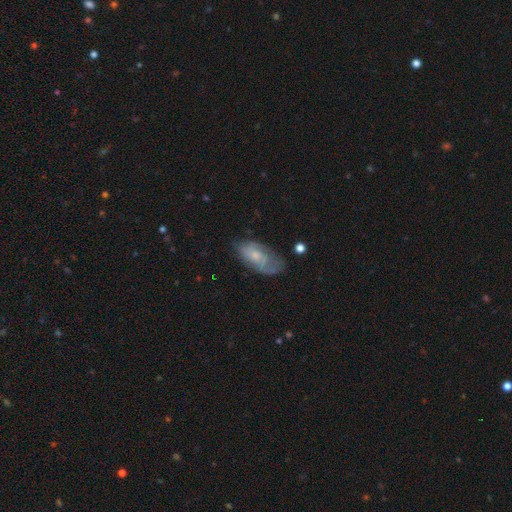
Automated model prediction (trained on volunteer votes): Morphology: type=smooth (50%); roundness=in between (91%); merging=none (49%).